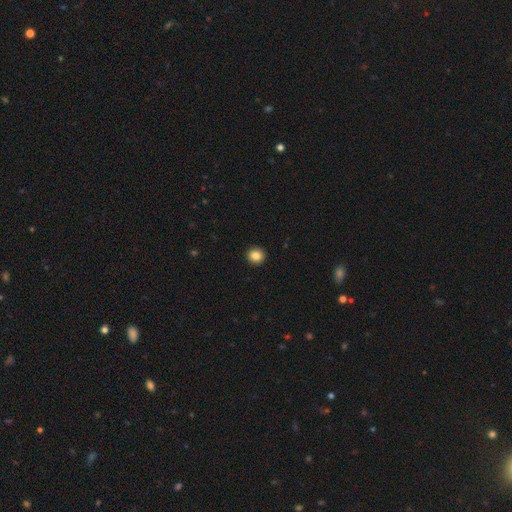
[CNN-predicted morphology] Smooth or featured?
  - smooth: 86% *
  - star or artifact: 10%
  - featured or disk: 4%
How rounded?
  - round: 91% *
  - in between: 8%
  - cigar-shaped: 1%
Merging?
  - none: 93% *
  - minor disturbance: 5%
  - major disturbance: 1%
  - merger: 1%